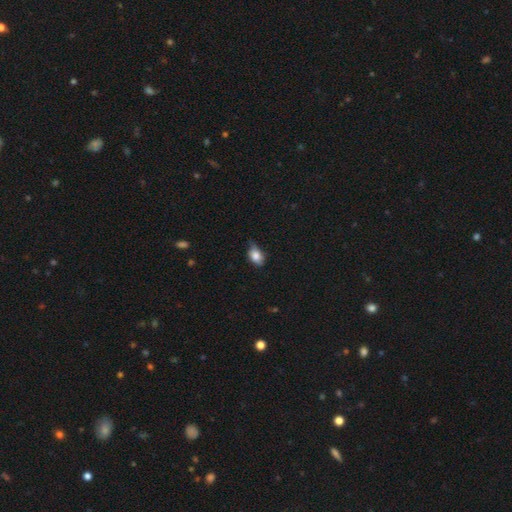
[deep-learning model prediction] Smooth or featured?
  - smooth: 79% *
  - featured or disk: 13%
  - star or artifact: 8%
How rounded?
  - in between: 81% *
  - round: 16%
  - cigar-shaped: 3%
Merging?
  - none: 52% *
  - minor disturbance: 39%
  - major disturbance: 7%
  - merger: 2%